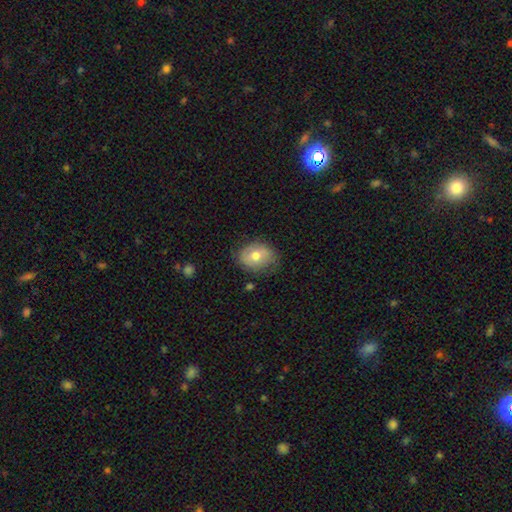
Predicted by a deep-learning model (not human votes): A smooth galaxy with no disk features (65%) that is in between round and cigar-shaped (53%).

Vote fractions:
- Smooth or featured? smooth: 65% / featured or disk: 27% / star or artifact: 8%
- How rounded? in between: 53% / round: 46% / cigar-shaped: 1%
- Merging? none: 71% / minor disturbance: 22% / major disturbance: 5% / merger: 2%